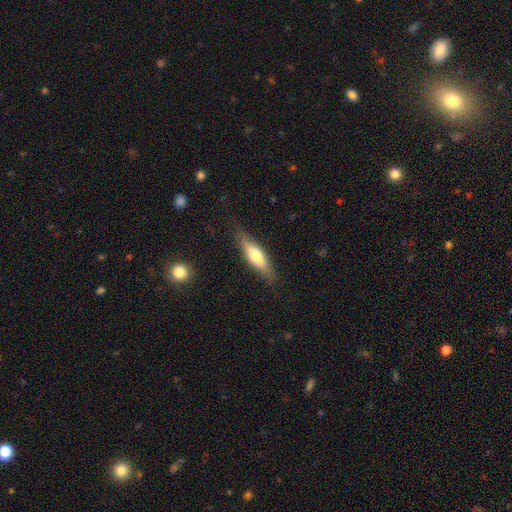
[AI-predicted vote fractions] A smooth galaxy with no disk features (60%) that is cigar-shaped (59%). Merging: none (83%).